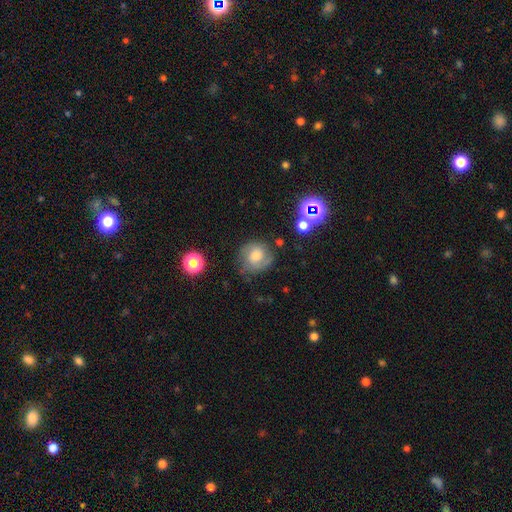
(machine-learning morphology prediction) Overall: featured or disk (50%; smooth 38%). Edge-on disk: no (97%). Merging: none (66%).